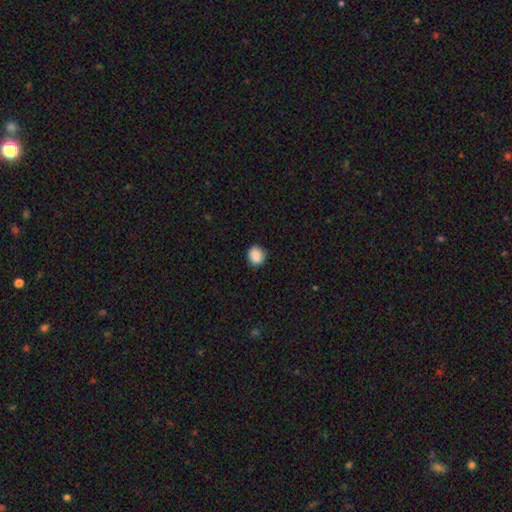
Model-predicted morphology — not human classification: Q: Smooth or featured?
A: smooth (88%); runner-up: star or artifact (8%)
Q: How rounded?
A: round (76%); runner-up: in between (23%)
Q: Merging?
A: none (85%); runner-up: minor disturbance (12%)